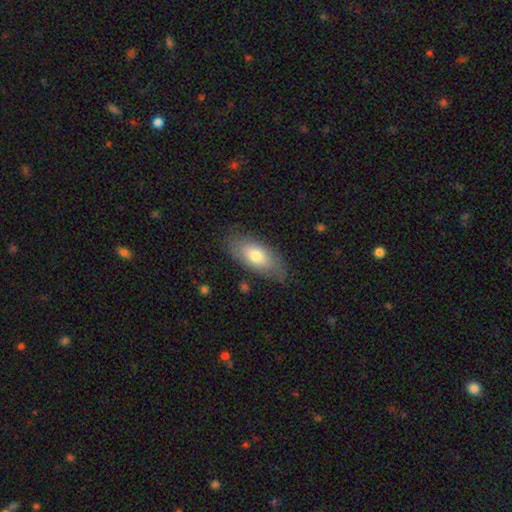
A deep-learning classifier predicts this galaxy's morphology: Smooth or featured? smooth (73%)
How rounded? in between (87%)
Merging? none (79%)